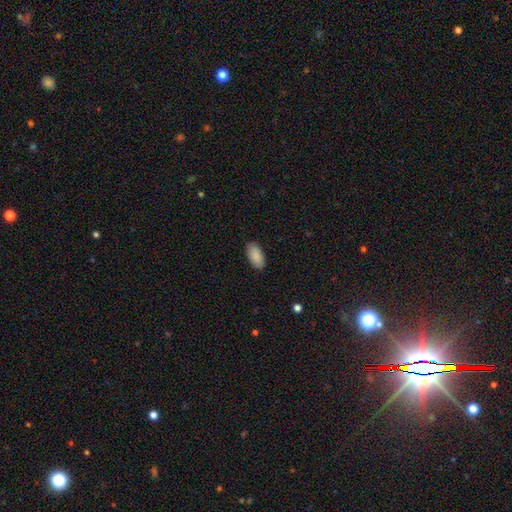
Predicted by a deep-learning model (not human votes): Morphology: type=smooth (90%); roundness=in between (94%); merging=none (88%).